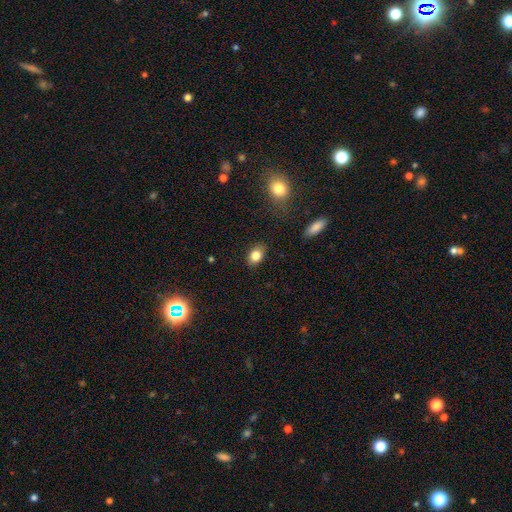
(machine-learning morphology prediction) smooth_or_featured: smooth (p=0.82) [alt: star or artifact p=0.10]
how_rounded: in between (p=0.73) [alt: round p=0.26]
merging: none (p=0.84) [alt: minor disturbance p=0.12]